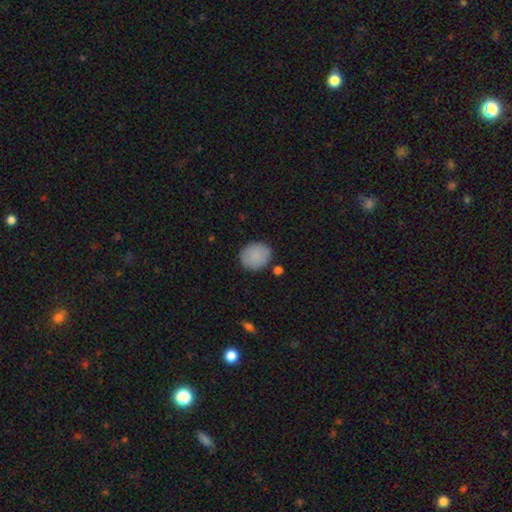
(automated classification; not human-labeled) Q: Smooth or featured?
A: smooth (88%); runner-up: star or artifact (7%)
Q: How rounded?
A: round (77%); runner-up: in between (23%)
Q: Merging?
A: none (83%); runner-up: minor disturbance (11%)